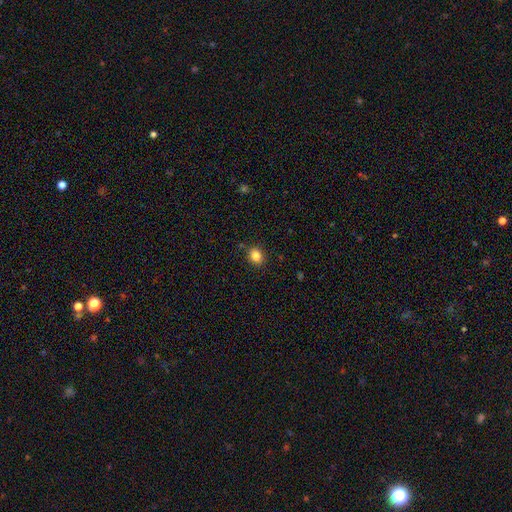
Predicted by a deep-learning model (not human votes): This appears to be a smooth galaxy with no disk features (84%) that is round (57%). Merging: none (87%).